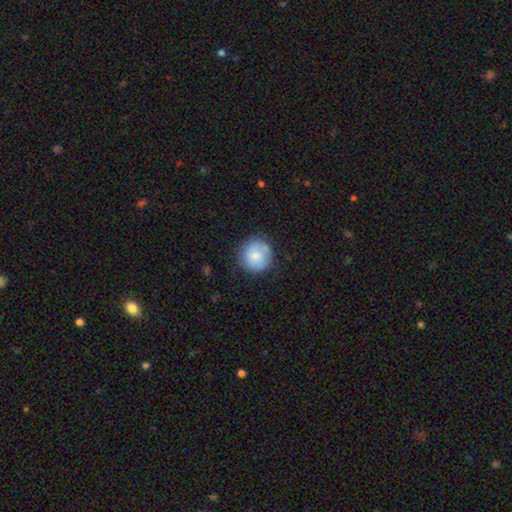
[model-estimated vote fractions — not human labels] Overall: smooth (78%). How rounded: round (92%). Merging: none (78%).